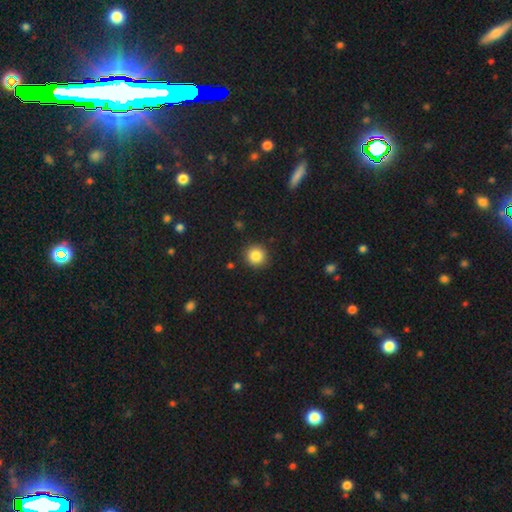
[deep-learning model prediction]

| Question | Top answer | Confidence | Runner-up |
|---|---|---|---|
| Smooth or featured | smooth | 86% | star or artifact (10%) |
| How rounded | round | 93% | in between (6%) |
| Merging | none | 91% | minor disturbance (6%) |